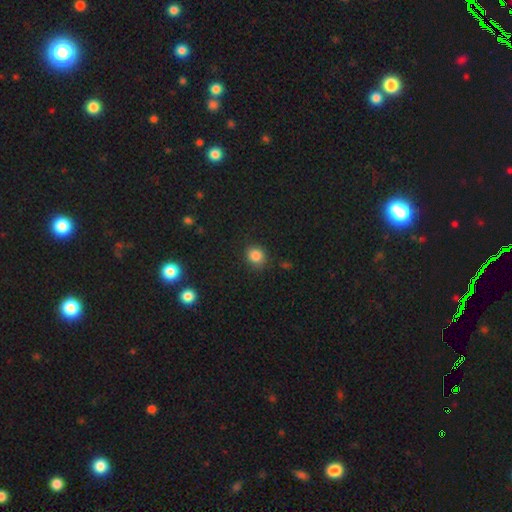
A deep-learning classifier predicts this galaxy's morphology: This is clearly a smooth galaxy (84%). How rounded: likely round (78%). Merging: clearly none (85%).